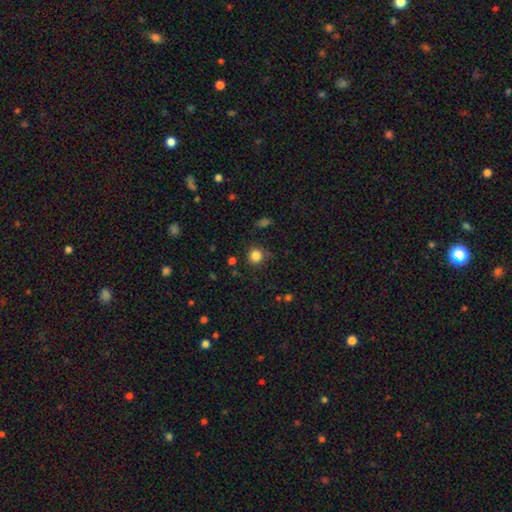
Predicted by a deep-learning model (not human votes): Smooth or featured?
  - smooth: 83% *
  - star or artifact: 12%
  - featured or disk: 5%
How rounded?
  - round: 91% *
  - in between: 8%
  - cigar-shaped: 1%
Merging?
  - none: 81% *
  - minor disturbance: 13%
  - major disturbance: 4%
  - merger: 2%